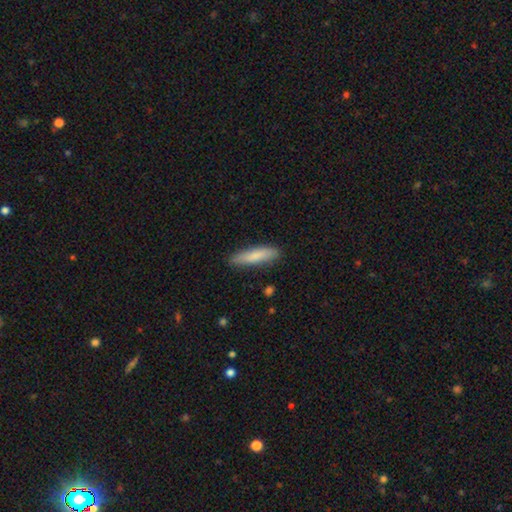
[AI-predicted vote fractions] smooth_or_featured: smooth (p=0.80) [alt: featured or disk p=0.15]
how_rounded: cigar-shaped (p=0.80) [alt: in between p=0.19]
merging: none (p=0.86) [alt: minor disturbance p=0.11]